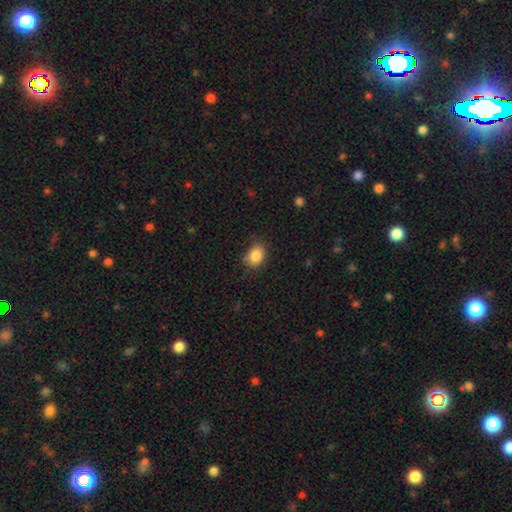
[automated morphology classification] smooth 85%, star or artifact 9%, featured or disk 6%. Down the decision tree: how rounded — in between (63%); merging — none (78%).